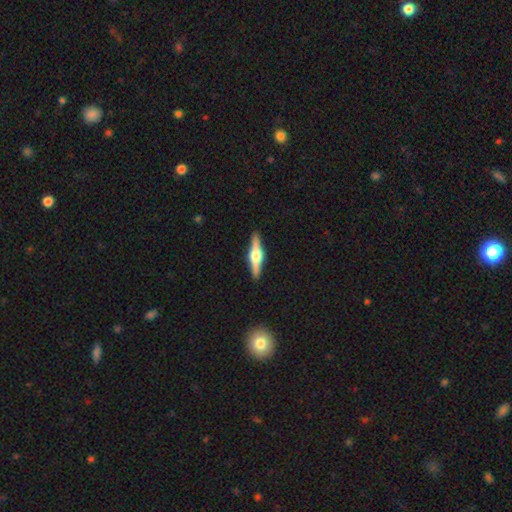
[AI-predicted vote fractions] featured or disk 75%, smooth 20%, star or artifact 5%. Down the decision tree: edge-on disk — yes (98%); edge-on bulge — rounded (93%); merging — none (92%).